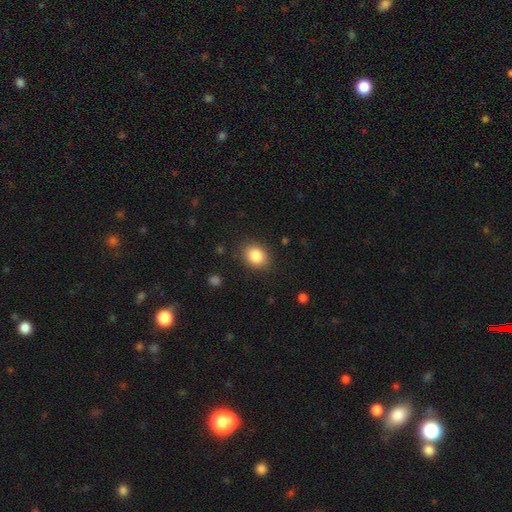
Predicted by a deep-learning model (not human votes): smooth 85%, star or artifact 9%, featured or disk 6%. Down the decision tree: how rounded — in between (55%); merging — none (87%).